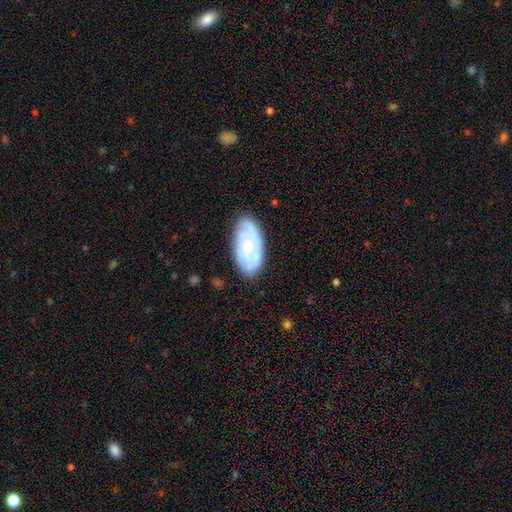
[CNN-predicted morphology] Q: Smooth or featured?
A: featured or disk (60%); runner-up: smooth (34%)
Q: Edge-on disk?
A: no (94%); runner-up: yes (6%)
Q: Bar?
A: no (76%); runner-up: weak (20%)
Q: Spiral arms?
A: yes (67%); runner-up: no (33%)
Q: Bulge size?
A: small (50%); runner-up: moderate (38%)
Q: Merging?
A: none (73%); runner-up: minor disturbance (19%)